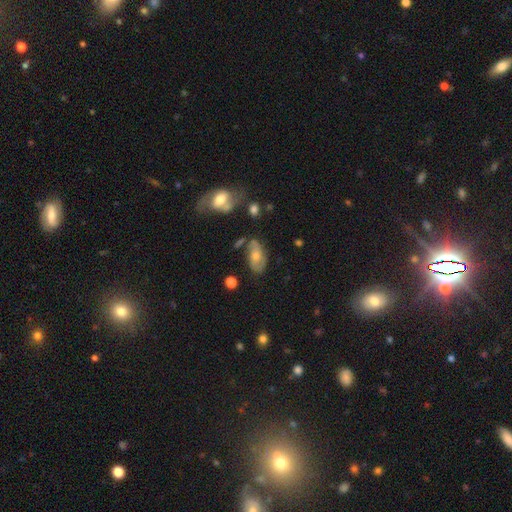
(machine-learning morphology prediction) A featured or disk galaxy (54%).

Vote fractions:
- Smooth or featured? featured or disk: 54% / smooth: 35% / star or artifact: 10%
- Edge-on disk? no: 91% / yes: 9%
- Merging? none: 61% / minor disturbance: 23% / major disturbance: 10% / merger: 6%